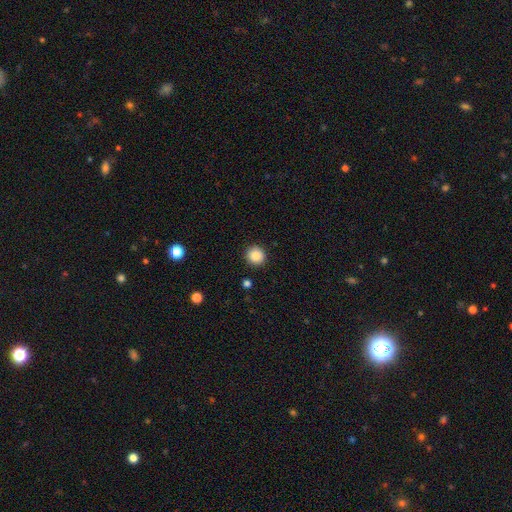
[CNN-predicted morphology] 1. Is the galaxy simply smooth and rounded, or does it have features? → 88% smooth, 9% star or artifact, 3% featured or disk.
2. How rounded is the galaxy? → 94% round, 5% in between, 1% cigar-shaped.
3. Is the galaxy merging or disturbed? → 92% none, 5% minor disturbance, 2% major disturbance, 1% merger.